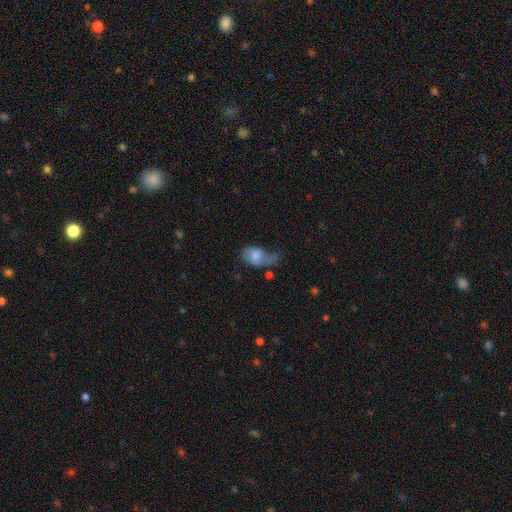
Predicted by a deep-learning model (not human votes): A smooth galaxy with no disk features (56%) that is in between round and cigar-shaped (84%).

Vote fractions:
- Smooth or featured? smooth: 56% / featured or disk: 35% / star or artifact: 8%
- How rounded? in between: 84% / round: 14% / cigar-shaped: 2%
- Merging? major disturbance: 43% / minor disturbance: 28% / none: 23% / merger: 6%